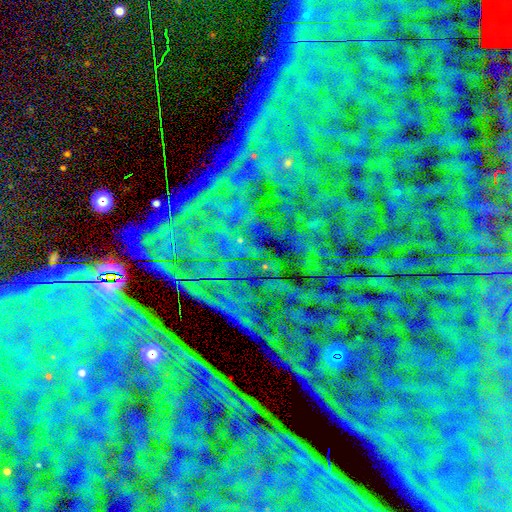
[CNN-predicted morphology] star or artifact 86%, featured or disk 7%, smooth 6%.